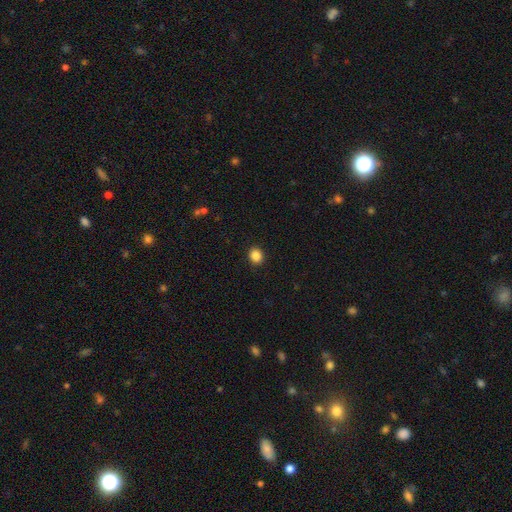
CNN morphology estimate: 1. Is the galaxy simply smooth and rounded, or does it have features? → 87% smooth, 10% star or artifact, 3% featured or disk.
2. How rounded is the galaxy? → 65% round, 34% in between, 1% cigar-shaped.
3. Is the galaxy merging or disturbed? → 91% none, 6% minor disturbance, 2% major disturbance, 1% merger.